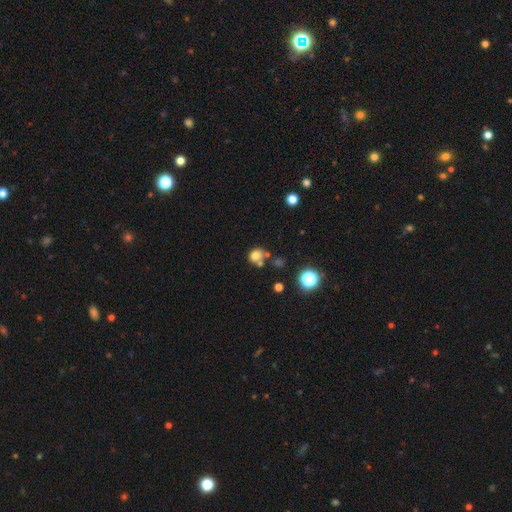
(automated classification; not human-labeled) Morphology: type=smooth (74%); roundness=round (75%); merging=none (54%).